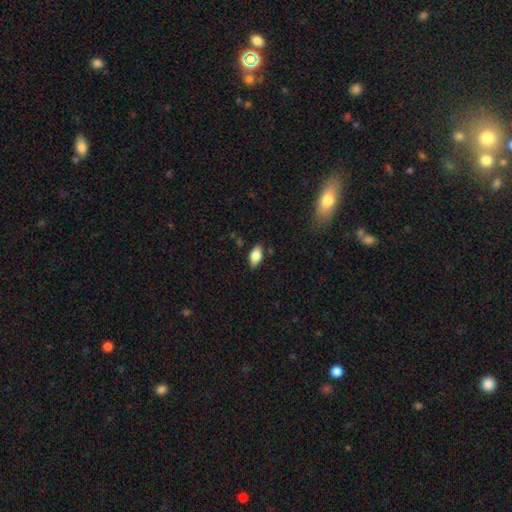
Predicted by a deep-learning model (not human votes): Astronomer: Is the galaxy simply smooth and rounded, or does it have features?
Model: smooth — 80%.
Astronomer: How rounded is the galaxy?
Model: in between — 89%.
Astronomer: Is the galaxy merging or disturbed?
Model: none — 81%.